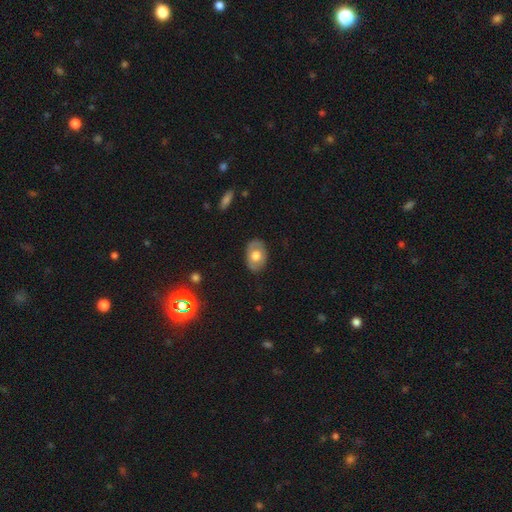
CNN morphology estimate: type=smooth (56%); roundness=in between (80%); merging=none (81%).